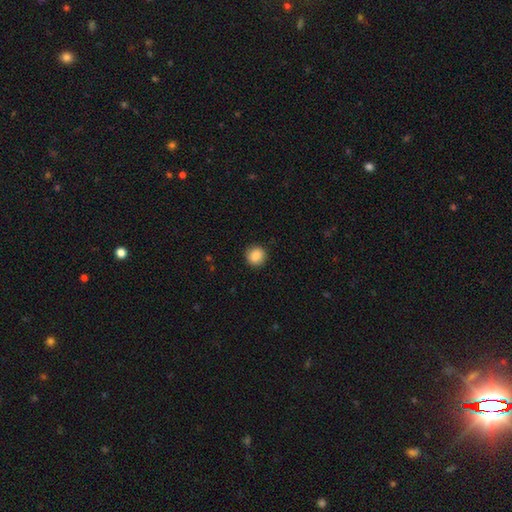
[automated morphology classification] Overall: smooth (88%). How rounded: round (91%). Merging: none (91%).